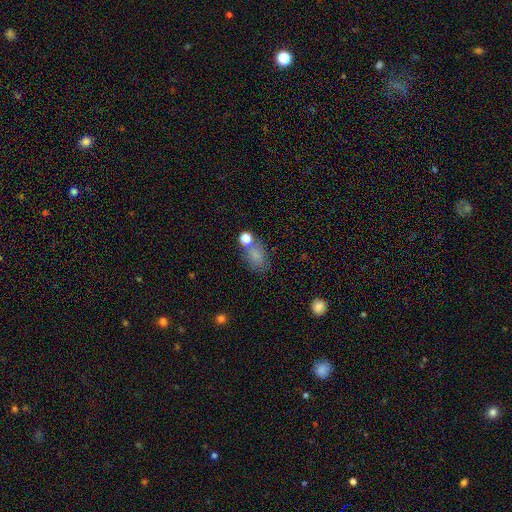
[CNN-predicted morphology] Smooth or featured: smooth — 78% (star or artifact — 13%)
How rounded: in between — 77% (round — 21%)
Merging: none — 55% (merger — 19%)